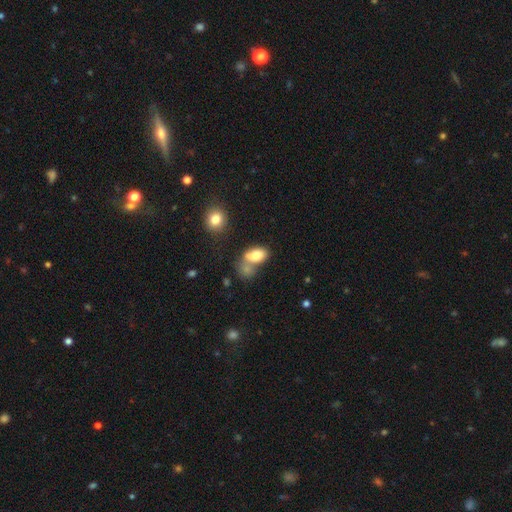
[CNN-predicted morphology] smooth-or-featured: smooth: 79% | featured or disk: 12% | star or artifact: 9%
  how-rounded: in between: 87% | round: 11% | cigar-shaped: 2%
  merging: merger: 44% | none: 32% | minor disturbance: 14% | major disturbance: 10%